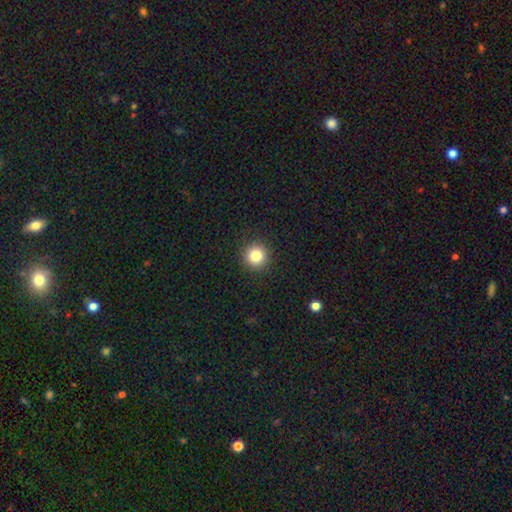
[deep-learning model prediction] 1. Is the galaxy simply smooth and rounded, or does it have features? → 83% smooth, 11% star or artifact, 5% featured or disk.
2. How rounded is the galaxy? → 95% round, 4% in between, 1% cigar-shaped.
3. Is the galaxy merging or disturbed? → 92% none, 5% minor disturbance, 2% major disturbance, 1% merger.